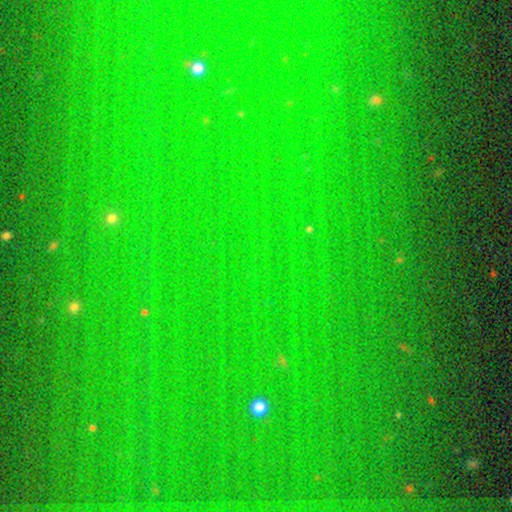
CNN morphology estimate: The model was most divided on "smooth or featured": star or artifact: 79%, smooth: 13%, featured or disk: 8%.